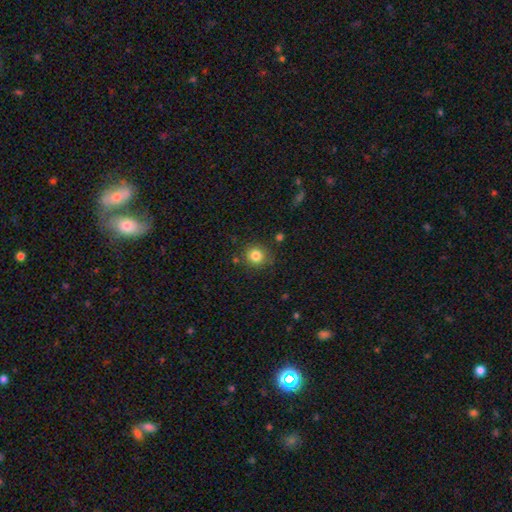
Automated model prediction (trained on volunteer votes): A smooth galaxy with no disk features (83%) that is round (88%). Merging: none (85%).